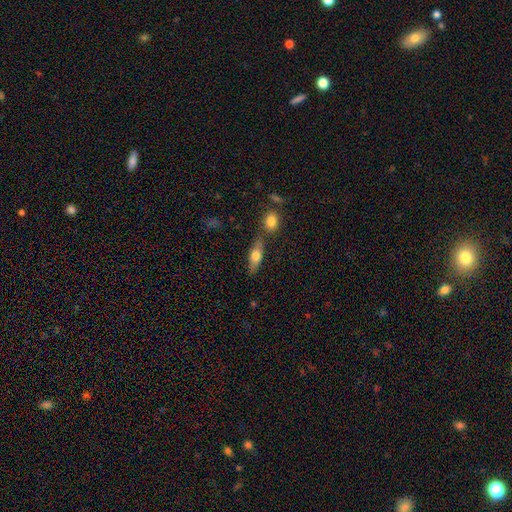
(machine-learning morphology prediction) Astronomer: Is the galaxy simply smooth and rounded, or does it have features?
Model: smooth — 63%.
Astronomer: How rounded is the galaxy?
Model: in between — 61%.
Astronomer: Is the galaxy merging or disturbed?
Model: none — 65%.